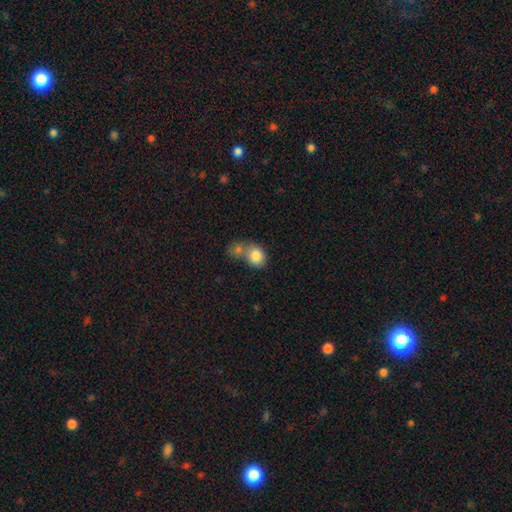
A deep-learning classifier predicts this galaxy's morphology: type=smooth (83%); roundness=in between (55%); merging=merger (52%).